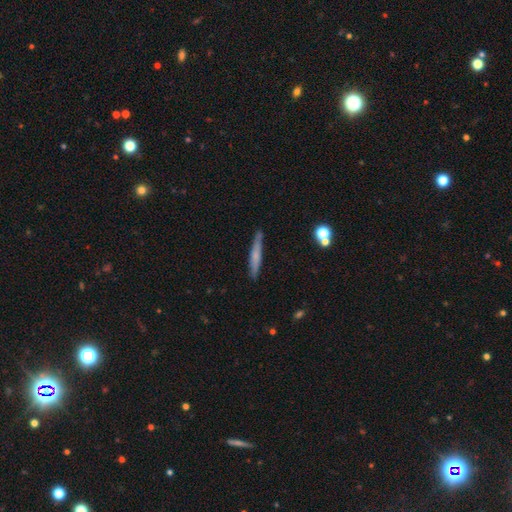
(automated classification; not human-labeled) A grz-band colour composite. It shows a smooth galaxy with no disk features (55%) that is cigar-shaped (94%). Merging: none (86%).